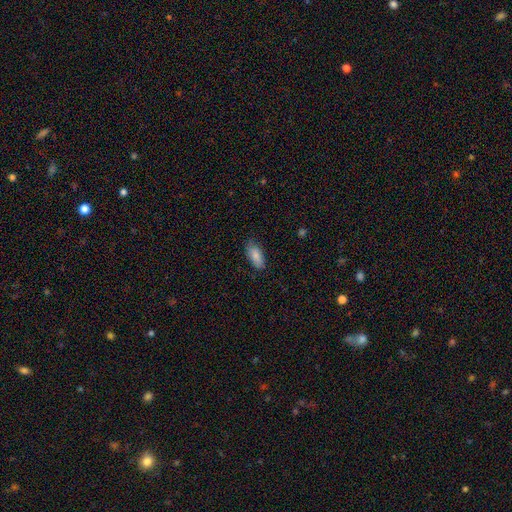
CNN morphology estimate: Overall: smooth (86%). How rounded: in between (87%). Merging: none (79%).